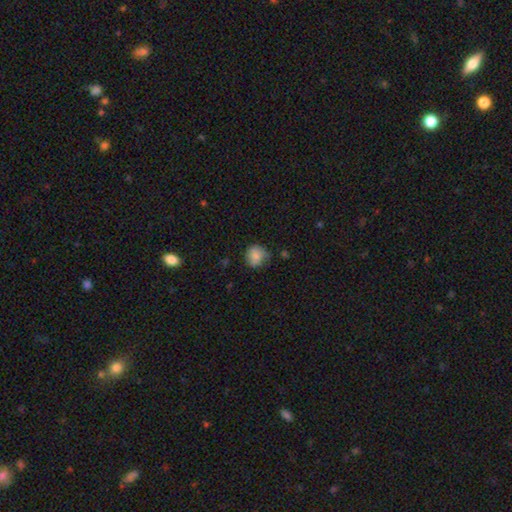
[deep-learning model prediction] Smooth or featured?
  - smooth: 78% *
  - featured or disk: 13%
  - star or artifact: 9%
How rounded?
  - round: 76% *
  - in between: 23%
  - cigar-shaped: 1%
Merging?
  - none: 59% *
  - minor disturbance: 29%
  - major disturbance: 9%
  - merger: 3%